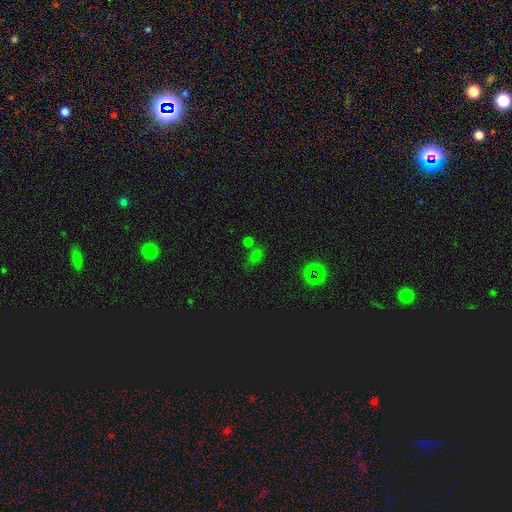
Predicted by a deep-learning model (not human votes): smooth_or_featured: smooth (p=0.55) [alt: star or artifact p=0.37]
how_rounded: in between (p=0.62) [alt: round p=0.34]
merging: none (p=0.62) [alt: minor disturbance p=0.16]